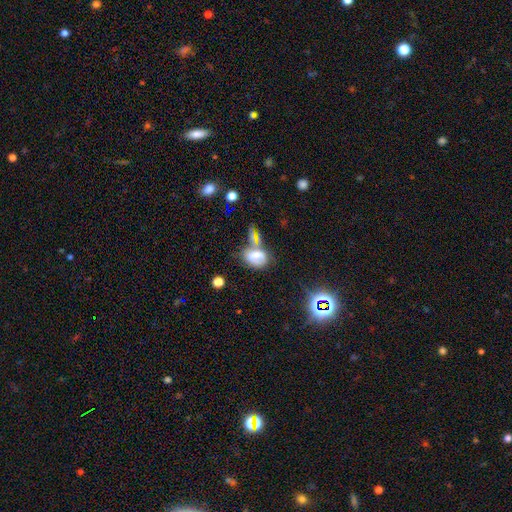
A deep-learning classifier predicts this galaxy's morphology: Smooth or featured: smooth — 56% (featured or disk — 26%)
How rounded: in between — 78% (round — 19%)
Merging: merger — 35% (none — 31%)